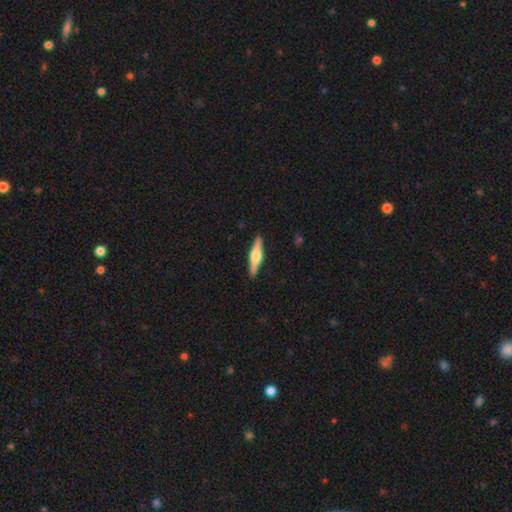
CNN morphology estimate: A featured or disk galaxy (66%) viewed edge-on (97%) with a rounded central bulge (84%).

Vote fractions:
- Smooth or featured? featured or disk: 66% / smooth: 29% / star or artifact: 5%
- Edge-on disk? yes: 97% / no: 3%
- Edge-on bulge? rounded: 84% / boxy: 13% / none: 3%
- Merging? none: 90% / minor disturbance: 7% / major disturbance: 1% / merger: 1%